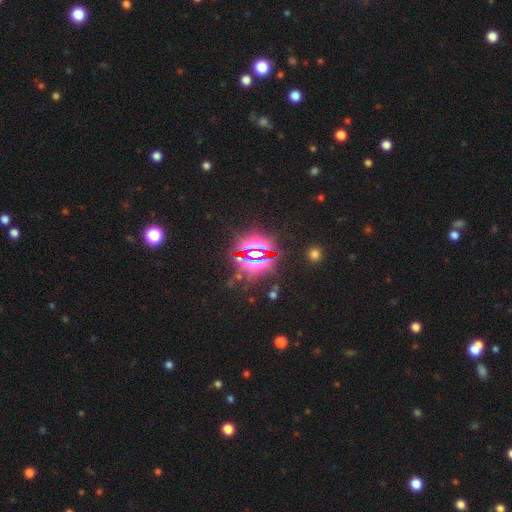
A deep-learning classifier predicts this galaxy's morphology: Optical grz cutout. It shows a star or artifact, not a galaxy (80%).